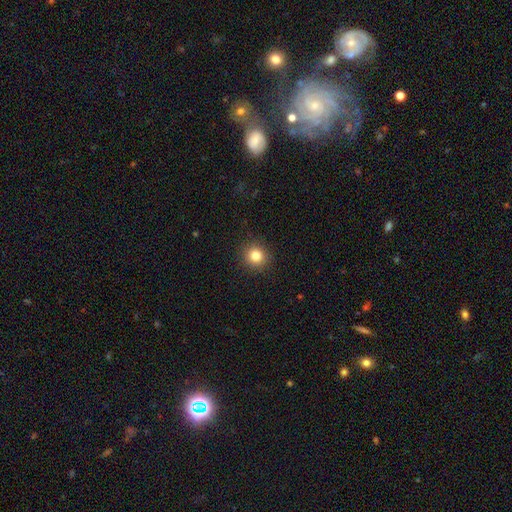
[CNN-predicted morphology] smooth 82%, star or artifact 12%, featured or disk 6%. Down the decision tree: how rounded — round (92%); merging — none (92%).